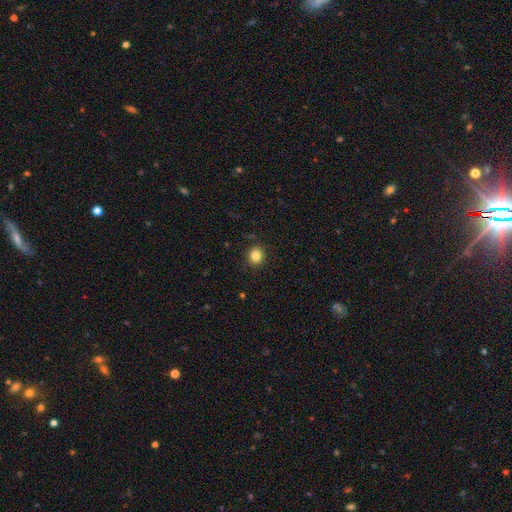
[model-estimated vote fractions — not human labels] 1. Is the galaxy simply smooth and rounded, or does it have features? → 84% smooth, 11% star or artifact, 5% featured or disk.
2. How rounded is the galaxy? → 86% round, 13% in between, 1% cigar-shaped.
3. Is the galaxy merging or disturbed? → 90% none, 7% minor disturbance, 2% major disturbance, 1% merger.